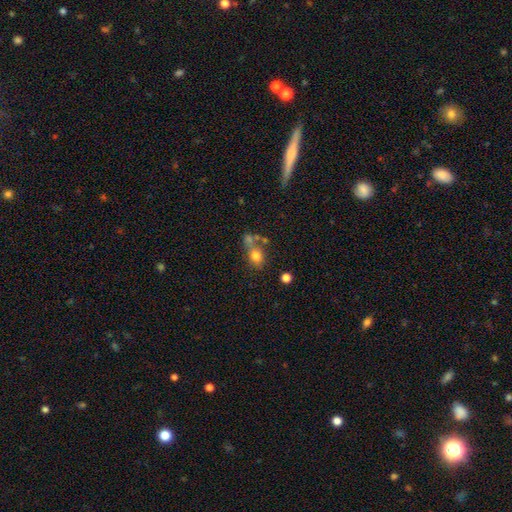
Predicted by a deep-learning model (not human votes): The model was most divided on "merging": none: 41%, merger: 36%, minor disturbance: 14%, major disturbance: 9%. More confident: smooth or featured — smooth (73%); how rounded — round (61%).